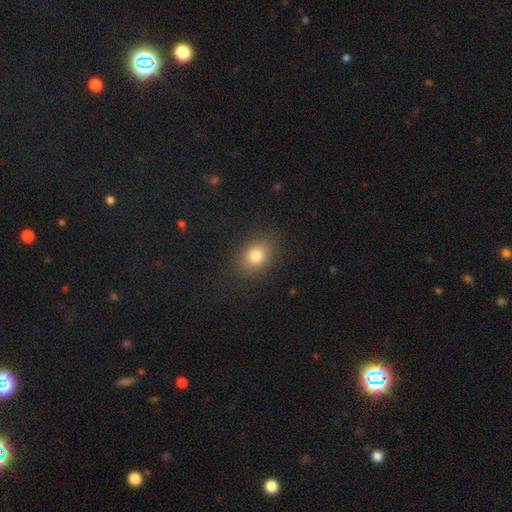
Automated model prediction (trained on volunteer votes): smooth 80%, star or artifact 11%, featured or disk 9%. Down the decision tree: how rounded — in between (66%); merging — none (84%).